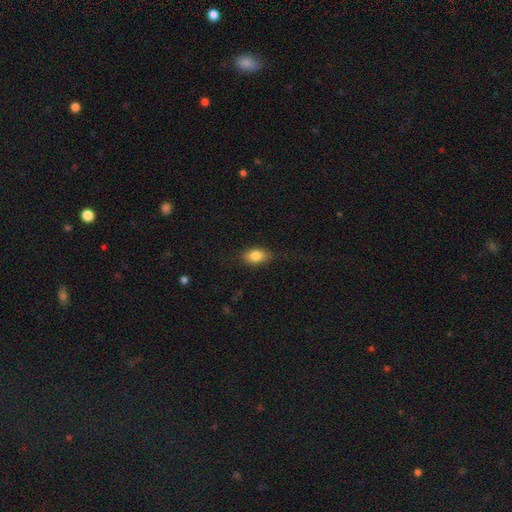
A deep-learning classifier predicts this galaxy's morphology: Smooth or featured? Predicted: smooth (p=0.81). How rounded? Predicted: in between (p=0.81). Merging? Predicted: none (p=0.75).